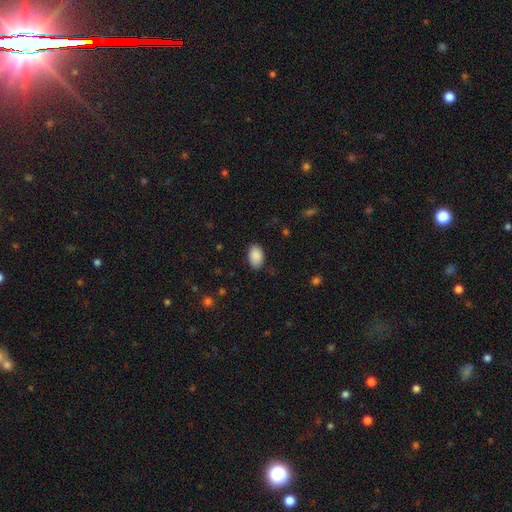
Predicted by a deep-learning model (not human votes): This is clearly a smooth galaxy (90%). How rounded: clearly in between (92%). Merging: clearly none (85%).